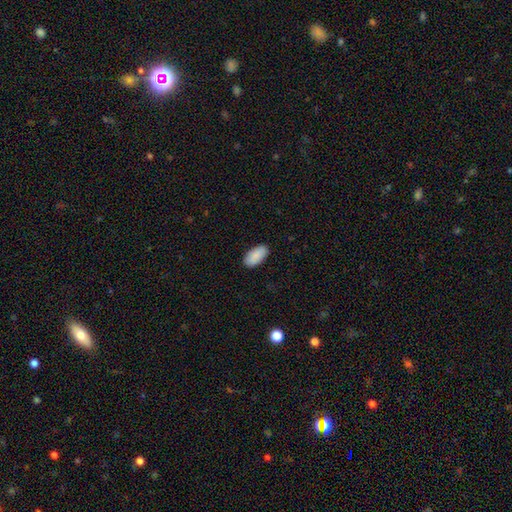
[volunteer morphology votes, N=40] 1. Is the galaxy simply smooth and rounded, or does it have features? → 88% smooth, 8% star or artifact, 5% featured or disk.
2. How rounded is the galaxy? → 97% in between, 3% round, 0% cigar-shaped.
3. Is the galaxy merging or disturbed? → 73% none, 19% minor disturbance, 8% major disturbance, 0% merger.